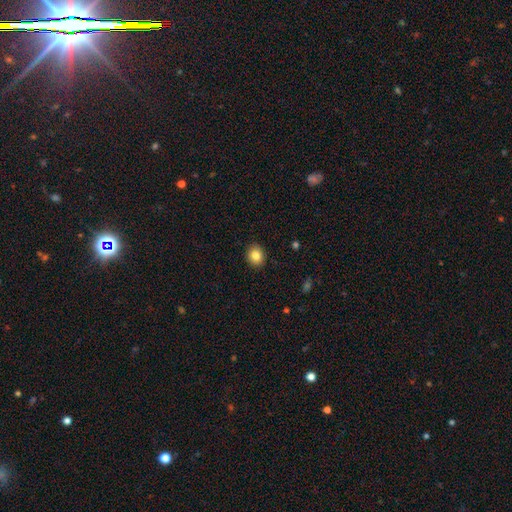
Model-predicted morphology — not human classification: Smooth or featured? Predicted: smooth (p=0.84). How rounded? Predicted: round (p=0.67). Merging? Predicted: none (p=0.90).